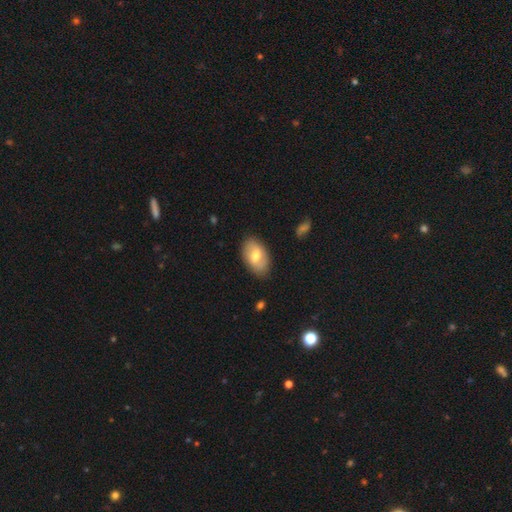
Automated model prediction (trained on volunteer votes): smooth 60%, featured or disk 34%, star or artifact 6%. Down the decision tree: how rounded — in between (91%); merging — none (82%).